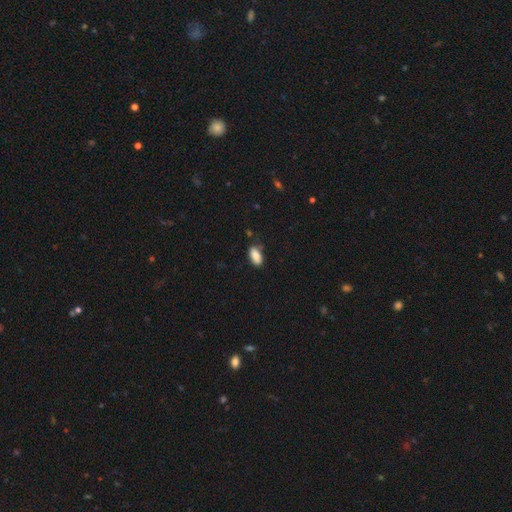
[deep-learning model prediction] A smooth galaxy with no disk features (86%) that is in between round and cigar-shaped (90%).

Vote fractions:
- Smooth or featured? smooth: 86% / star or artifact: 7% / featured or disk: 6%
- How rounded? in between: 90% / cigar-shaped: 6% / round: 3%
- Merging? none: 72% / minor disturbance: 22% / major disturbance: 4% / merger: 2%